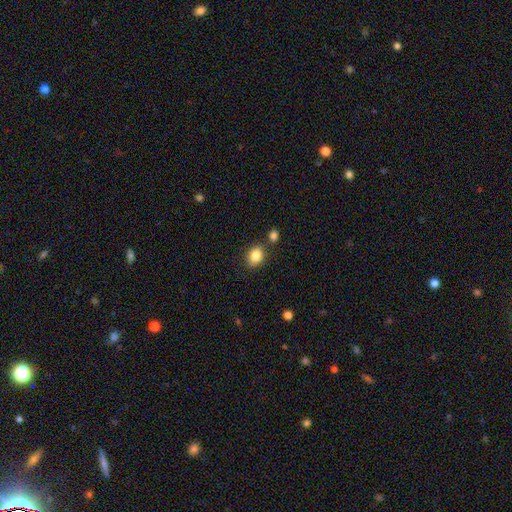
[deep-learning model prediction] A smooth galaxy with no disk features (85%) that is in between round and cigar-shaped (65%). Merging: none (76%).